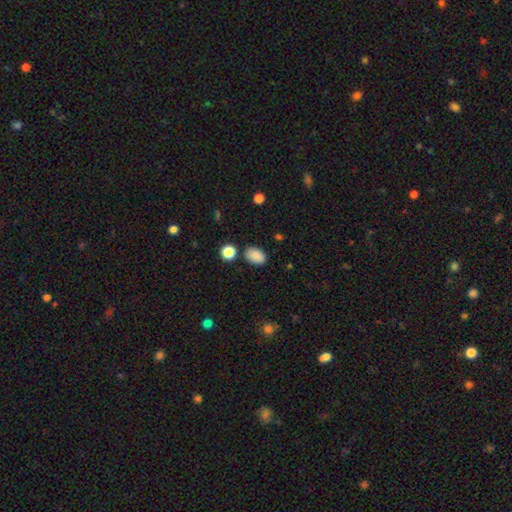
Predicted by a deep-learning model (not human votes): smooth_or_featured: smooth (p=0.87) [alt: star or artifact p=0.09]
how_rounded: in between (p=0.86) [alt: round p=0.13]
merging: none (p=0.81) [alt: minor disturbance p=0.11]